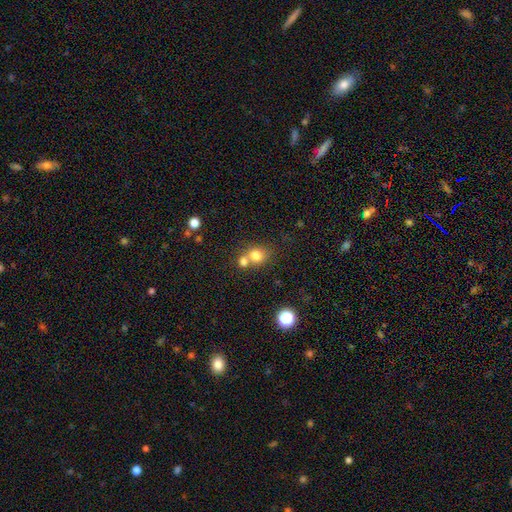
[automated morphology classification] Smooth or featured: smooth — 77% (star or artifact — 12%)
How rounded: round — 74% (in between — 25%)
Merging: merger — 46% (none — 43%)